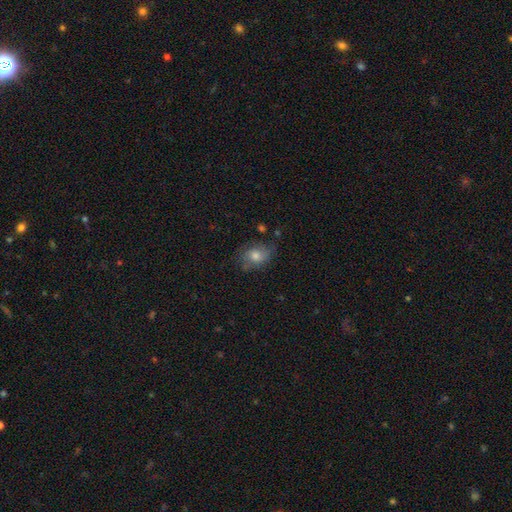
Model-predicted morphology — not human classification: Smooth or featured? Predicted: smooth (p=0.58). How rounded? Predicted: in between (p=0.62). Merging? Predicted: none (p=0.66).